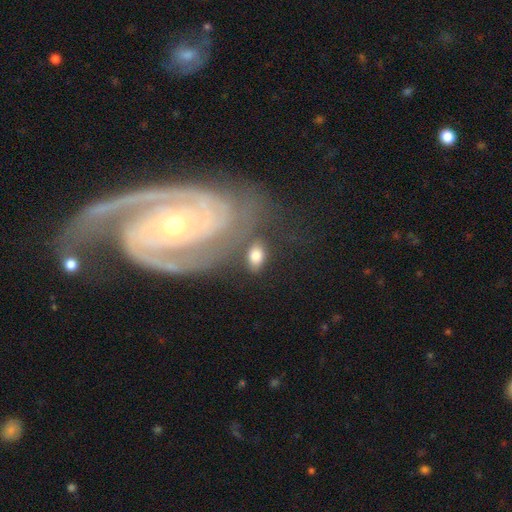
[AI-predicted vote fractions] Q: Smooth or featured?
A: smooth (79%); runner-up: featured or disk (14%)
Q: How rounded?
A: in between (89%); runner-up: round (9%)
Q: Merging?
A: none (68%); runner-up: minor disturbance (15%)